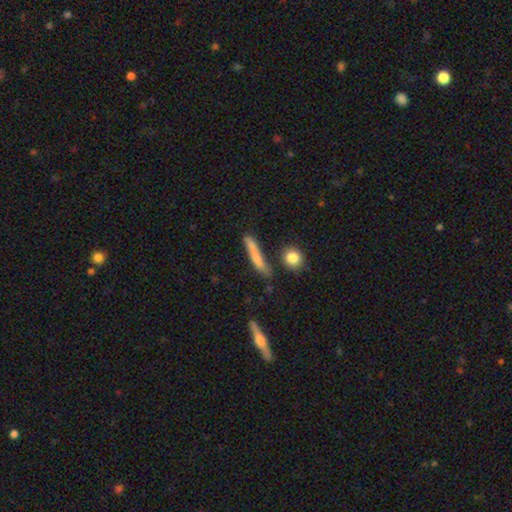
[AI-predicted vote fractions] Smooth or featured? smooth (66%)
How rounded? cigar-shaped (88%)
Merging? none (67%)